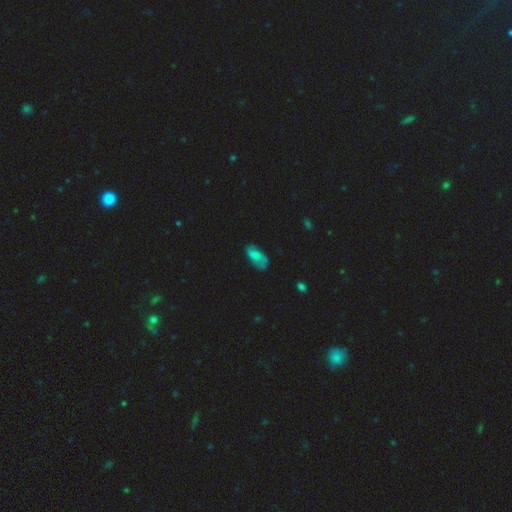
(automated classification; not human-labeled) Smooth or featured? Predicted: smooth (p=0.59). How rounded? Predicted: in between (p=0.90). Merging? Predicted: none (p=0.57).